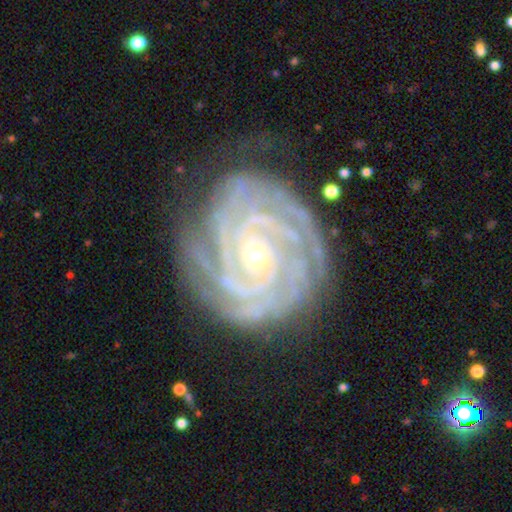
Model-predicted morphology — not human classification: Overall: featured or disk (91%). Edge-on disk: no (98%). Bar: no (69%). Spiral arms: yes (98%). Spiral arm count: 4 (26%; 3 22%). Spiral winding: tight (82%). Bulge size: small (71%). Merging: none (79%).